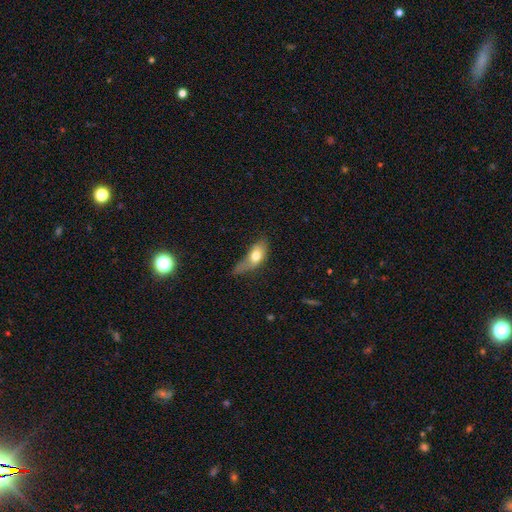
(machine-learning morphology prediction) A smooth galaxy with no disk features (70%) that is in between round and cigar-shaped (73%).

Vote fractions:
- Smooth or featured? smooth: 70% / featured or disk: 22% / star or artifact: 8%
- How rounded? in between: 73% / cigar-shaped: 18% / round: 9%
- Merging? minor disturbance: 36% / major disturbance: 31% / none: 26% / merger: 6%